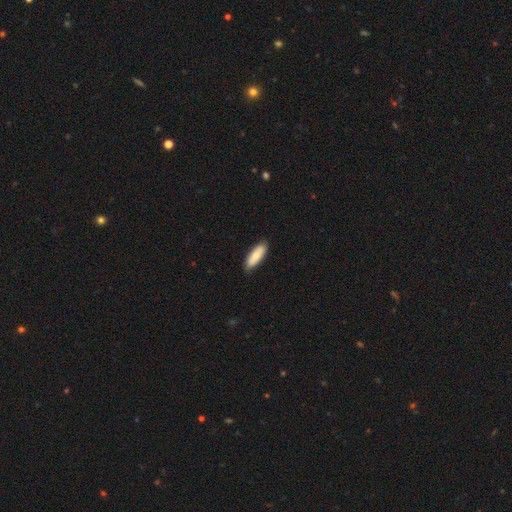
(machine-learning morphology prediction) Smooth or featured? Predicted: smooth (p=0.77). How rounded? Predicted: in between (p=0.61). Merging? Predicted: none (p=0.87).